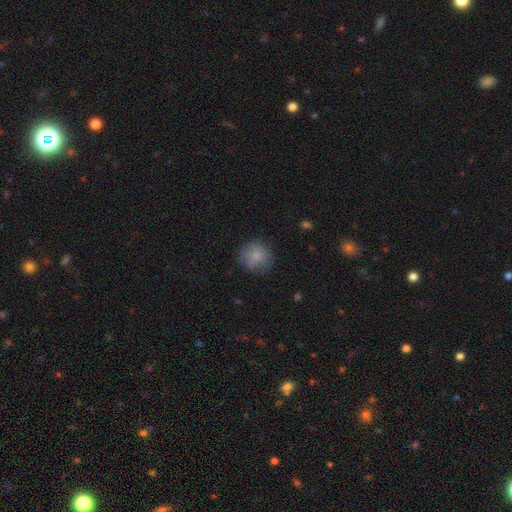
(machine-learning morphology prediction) This appears to be a smooth galaxy with no disk features (82%) that is round (91%). Merging: none (76%).